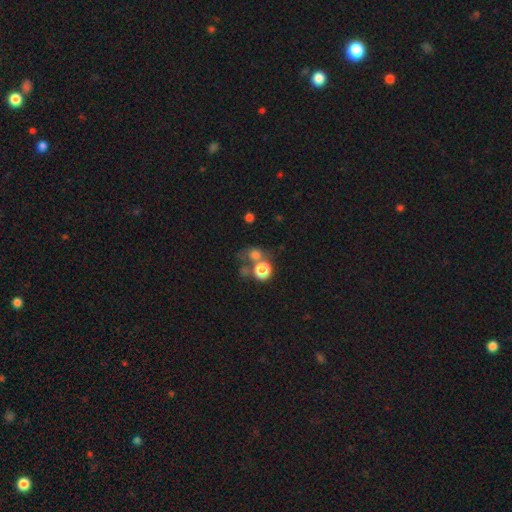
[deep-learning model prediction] Smooth or featured? Predicted: smooth (p=0.68). How rounded? Predicted: round (p=0.77). Merging? Predicted: none (p=0.44).